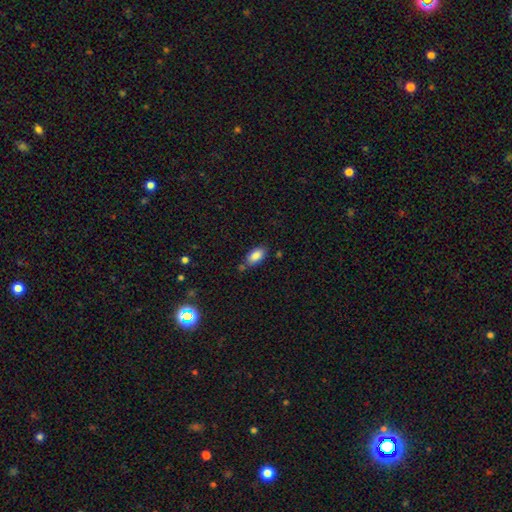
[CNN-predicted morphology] Smooth or featured? smooth (86%)
How rounded? in between (92%)
Merging? none (69%)